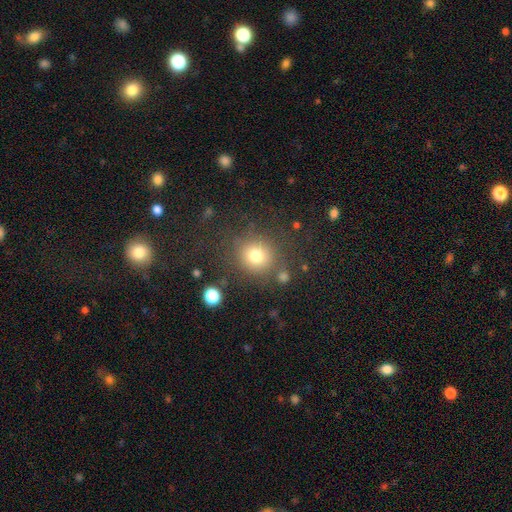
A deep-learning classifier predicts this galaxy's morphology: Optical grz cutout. It shows a smooth galaxy with no disk features (76%) that is round (88%). Merging: none (78%).